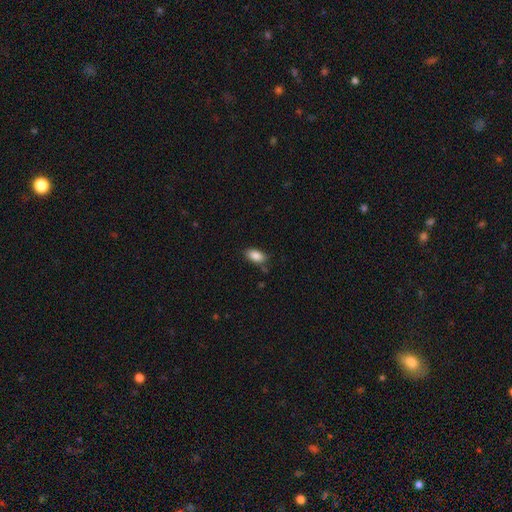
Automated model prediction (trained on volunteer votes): A smooth galaxy with no disk features (87%) that is in between round and cigar-shaped (92%).

Vote fractions:
- Smooth or featured? smooth: 87% / star or artifact: 8% / featured or disk: 5%
- How rounded? in between: 92% / round: 4% / cigar-shaped: 3%
- Merging? none: 77% / minor disturbance: 16% / major disturbance: 4% / merger: 3%